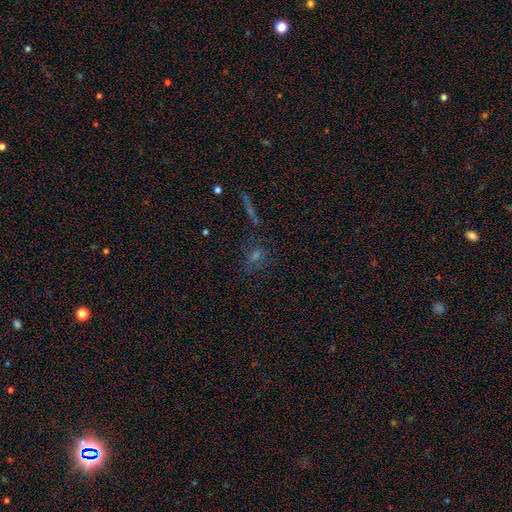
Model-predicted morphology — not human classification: Smooth or featured? smooth (41%)
Merging? none (71%)